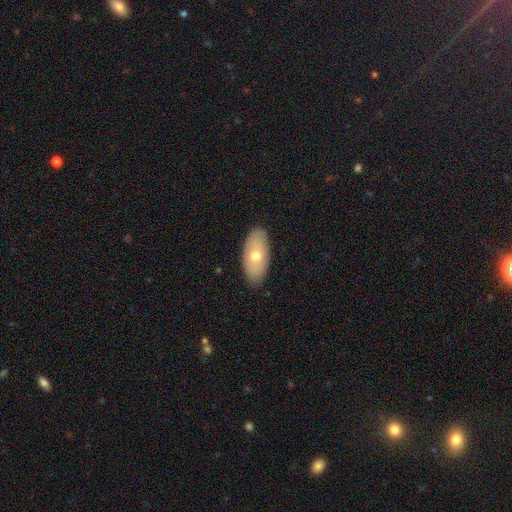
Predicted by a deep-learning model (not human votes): smooth_or_featured: smooth (p=0.65) [alt: featured or disk p=0.29]
how_rounded: in between (p=0.92) [alt: cigar-shaped p=0.05]
merging: none (p=0.87) [alt: minor disturbance p=0.10]